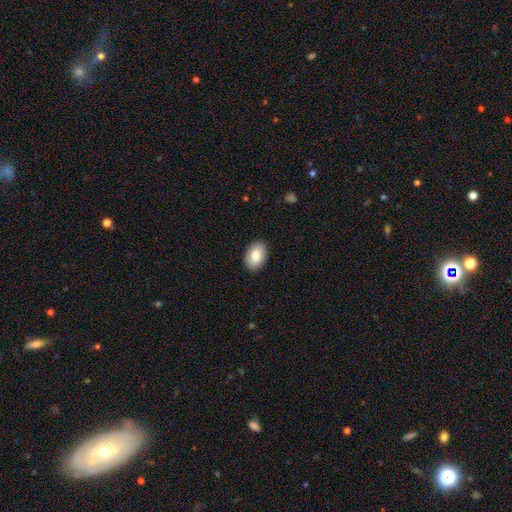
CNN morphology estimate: A smooth galaxy with no disk features (81%) that is in between round and cigar-shaped (89%).

Vote fractions:
- Smooth or featured? smooth: 81% / featured or disk: 12% / star or artifact: 7%
- How rounded? in between: 89% / round: 9% / cigar-shaped: 1%
- Merging? none: 90% / minor disturbance: 8% / major disturbance: 2% / merger: 1%